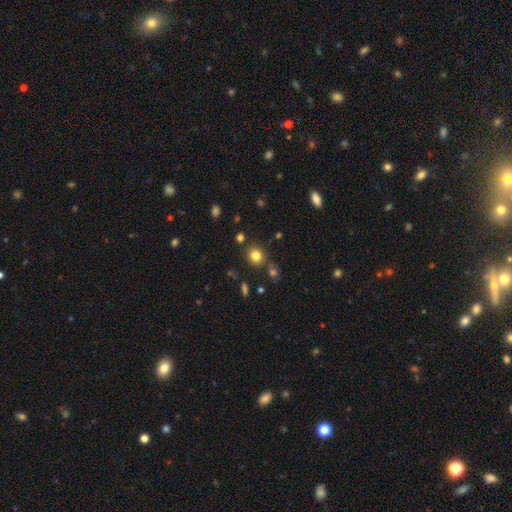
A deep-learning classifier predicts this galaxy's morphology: Q: Smooth or featured?
A: smooth (80%); runner-up: star or artifact (13%)
Q: How rounded?
A: round (82%); runner-up: in between (17%)
Q: Merging?
A: none (81%); runner-up: minor disturbance (9%)